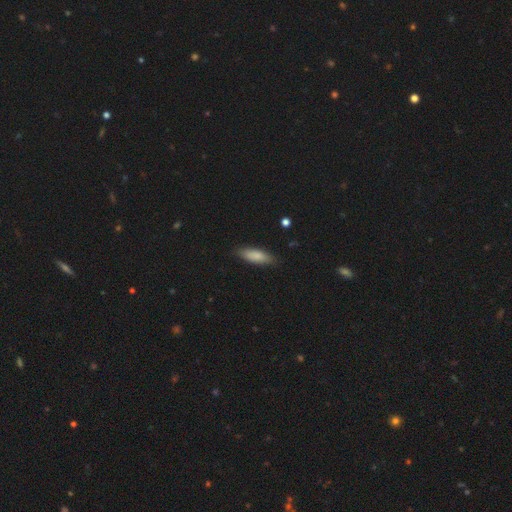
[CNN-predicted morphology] smooth-or-featured: smooth: 82% | featured or disk: 12% | star or artifact: 6%
  how-rounded: in between: 53% | cigar-shaped: 46% | round: 2%
  merging: none: 85% | minor disturbance: 12% | major disturbance: 2% | merger: 1%